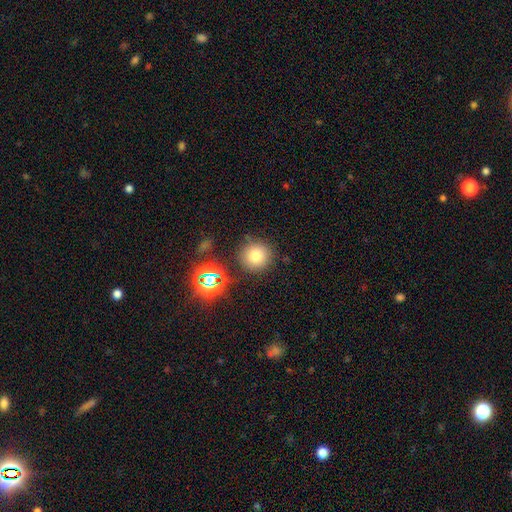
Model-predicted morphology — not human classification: smooth 75%, star or artifact 17%, featured or disk 8%. Down the decision tree: how rounded — round (93%); merging — none (84%).